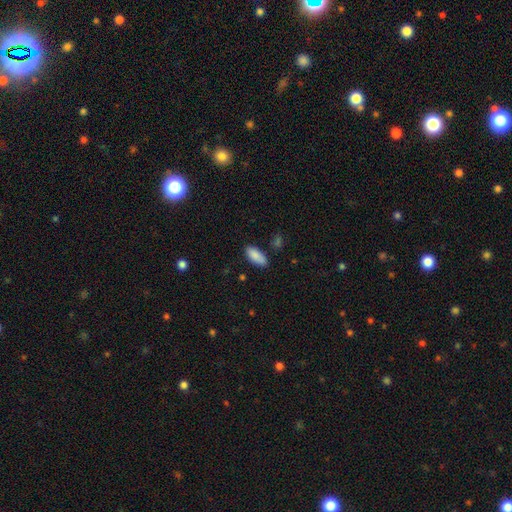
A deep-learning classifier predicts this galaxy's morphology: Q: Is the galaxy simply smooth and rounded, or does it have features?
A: smooth — 88%.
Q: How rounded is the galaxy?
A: in between — 86%.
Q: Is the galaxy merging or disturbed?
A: none — 81%.